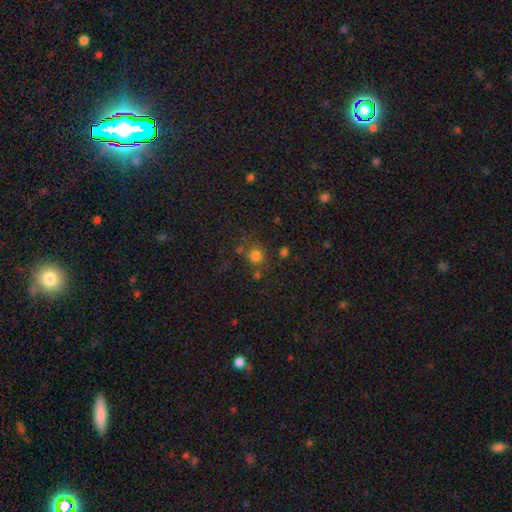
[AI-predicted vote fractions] Smooth or featured? smooth (76%)
How rounded? round (84%)
Merging? none (69%)